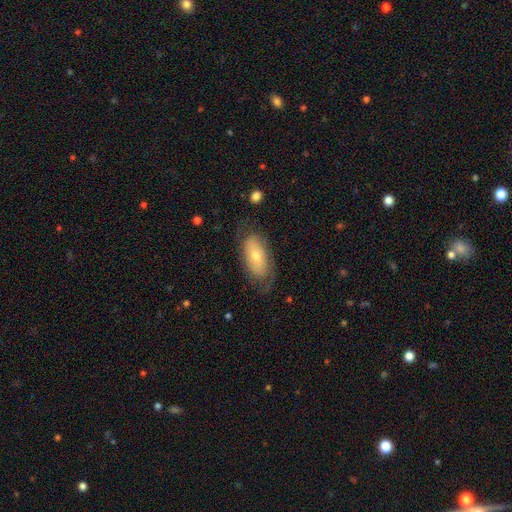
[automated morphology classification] A smooth galaxy with no disk features (47%).

Vote fractions:
- Smooth or featured? smooth: 47% / featured or disk: 46% / star or artifact: 7%
- Merging? none: 67% / minor disturbance: 21% / major disturbance: 11% / merger: 1%